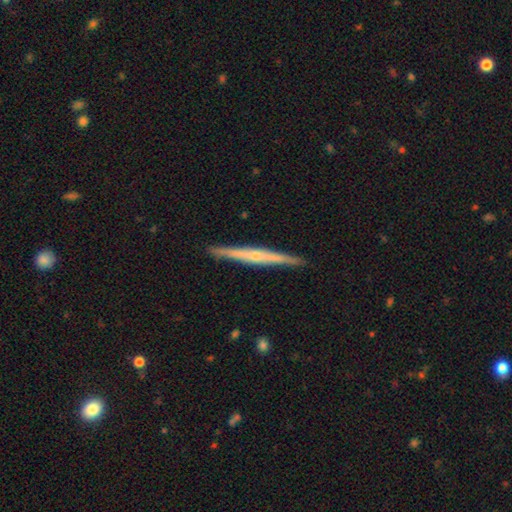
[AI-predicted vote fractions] This appears to be a featured or disk galaxy (71%) viewed edge-on (98%) with a rounded central bulge (67%). Merging: none (92%).